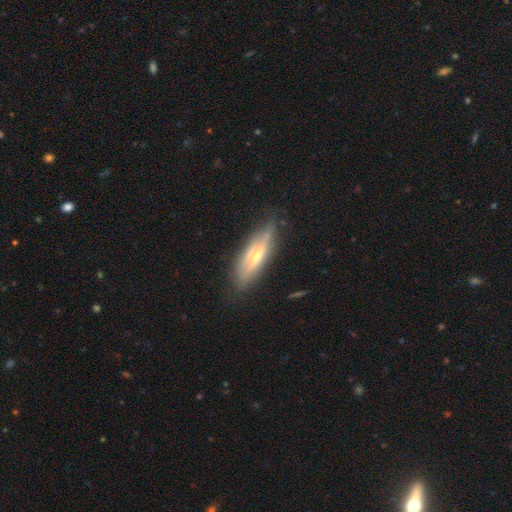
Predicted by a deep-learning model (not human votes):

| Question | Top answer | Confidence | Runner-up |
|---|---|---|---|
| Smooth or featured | featured or disk | 60% | smooth (33%) |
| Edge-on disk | yes | 82% | no (18%) |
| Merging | none | 77% | minor disturbance (18%) |